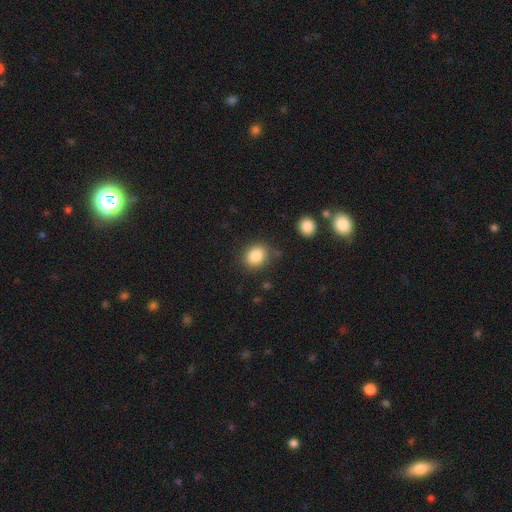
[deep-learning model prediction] A smooth galaxy with no disk features (85%) that is round (64%).

Vote fractions:
- Smooth or featured? smooth: 85% / star or artifact: 9% / featured or disk: 6%
- How rounded? round: 64% / in between: 35% / cigar-shaped: 1%
- Merging? none: 83% / minor disturbance: 10% / major disturbance: 3% / merger: 3%